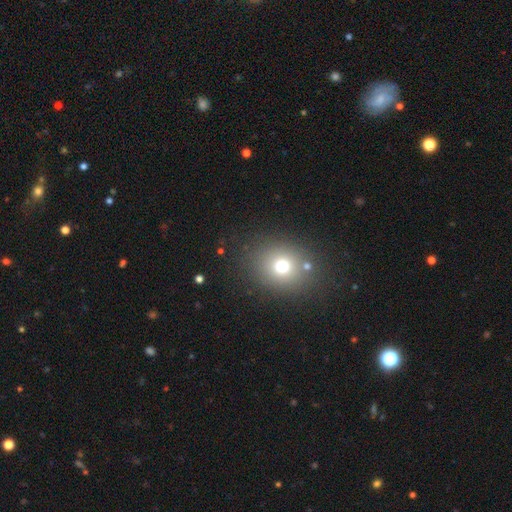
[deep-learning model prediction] Smooth or featured? smooth (66%)
How rounded? round (67%)
Merging? none (83%)